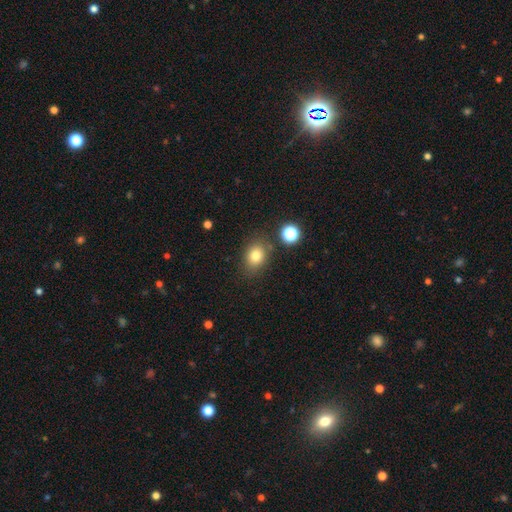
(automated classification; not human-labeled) smooth 79%, star or artifact 12%, featured or disk 8%. Down the decision tree: how rounded — in between (58%); merging — none (77%).